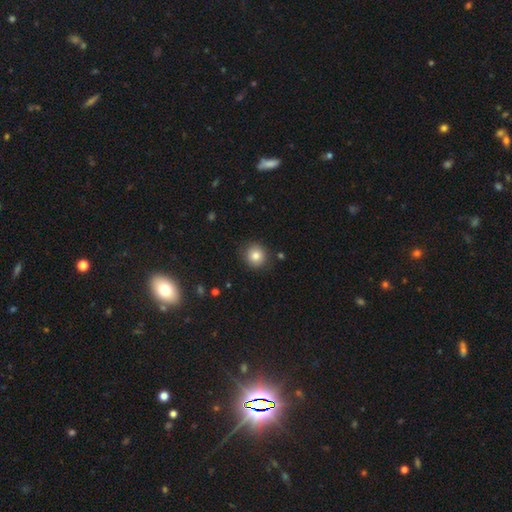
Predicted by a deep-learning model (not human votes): This appears to be a smooth galaxy with no disk features (81%) that is round (89%). Merging: none (86%).